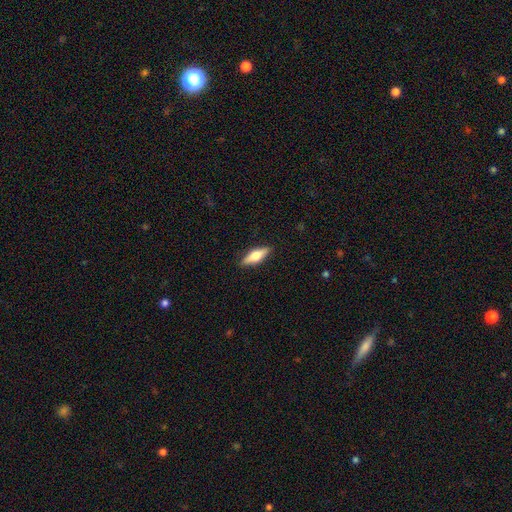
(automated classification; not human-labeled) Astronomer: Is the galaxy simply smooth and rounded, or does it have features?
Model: featured or disk — 47%, tied with smooth at 47%.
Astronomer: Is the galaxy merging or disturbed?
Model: none — 89%.